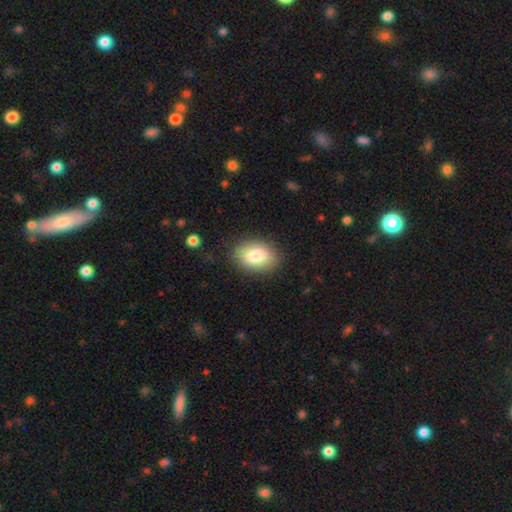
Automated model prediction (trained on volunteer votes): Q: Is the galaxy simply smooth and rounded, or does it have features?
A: smooth — 83%.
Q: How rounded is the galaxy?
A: in between — 85%.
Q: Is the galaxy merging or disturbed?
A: none — 84%.